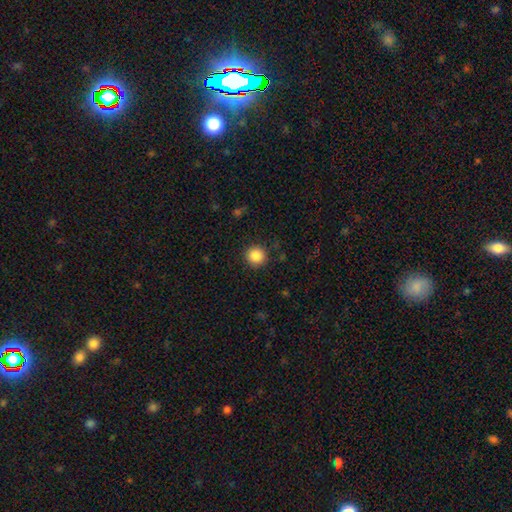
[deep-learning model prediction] Smooth or featured?
  - smooth: 87% *
  - star or artifact: 10%
  - featured or disk: 4%
How rounded?
  - round: 94% *
  - in between: 5%
  - cigar-shaped: 1%
Merging?
  - none: 90% *
  - minor disturbance: 7%
  - major disturbance: 3%
  - merger: 1%